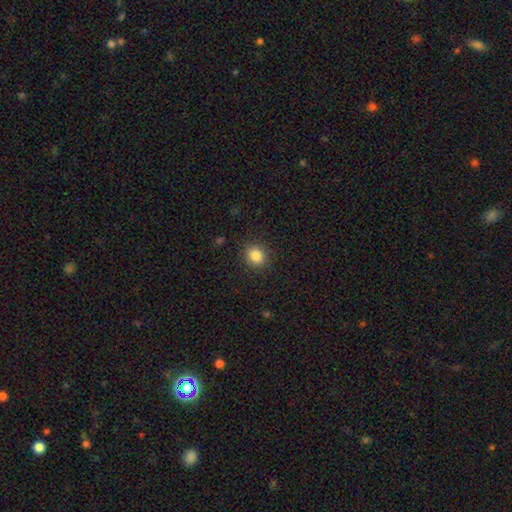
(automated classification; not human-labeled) This is clearly a smooth galaxy (85%). How rounded: likely round (78%). Merging: clearly none (90%).